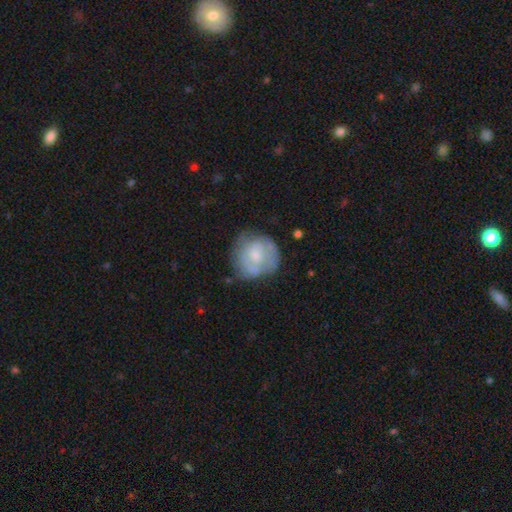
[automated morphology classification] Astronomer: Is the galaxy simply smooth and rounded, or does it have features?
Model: smooth — 47% (runner-up: featured or disk, 46%).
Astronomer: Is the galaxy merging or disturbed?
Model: none — 61%.